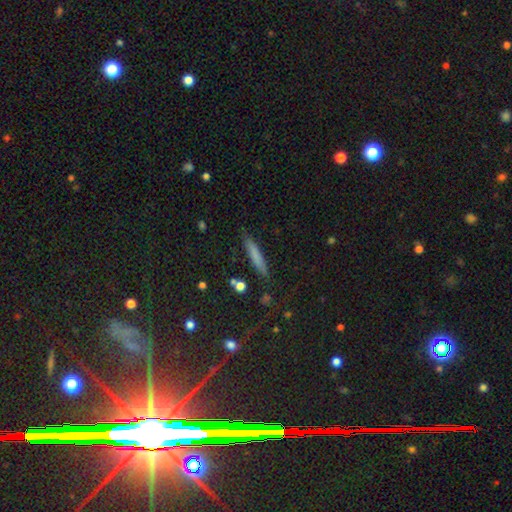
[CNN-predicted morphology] smooth_or_featured: smooth (p=0.70) [alt: featured or disk p=0.21]
how_rounded: cigar-shaped (p=0.92) [alt: in between p=0.06]
merging: none (p=0.86) [alt: minor disturbance p=0.10]